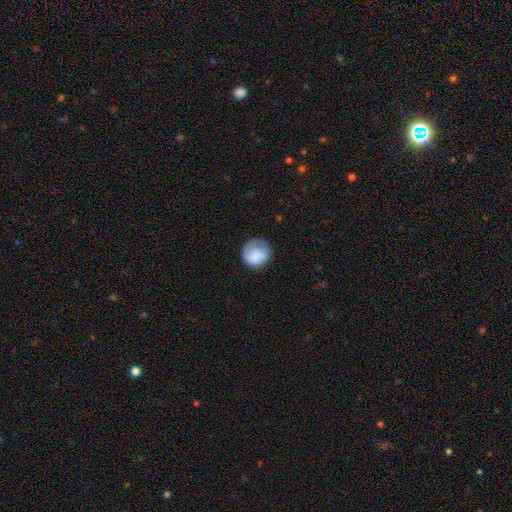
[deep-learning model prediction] Smooth or featured? Predicted: smooth (p=0.79). How rounded? Predicted: round (p=0.88). Merging? Predicted: none (p=0.66).